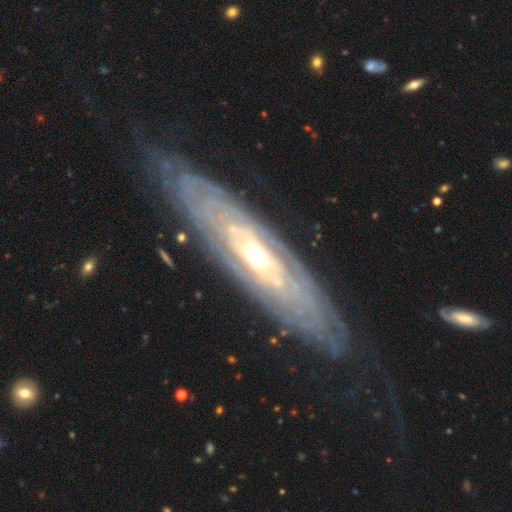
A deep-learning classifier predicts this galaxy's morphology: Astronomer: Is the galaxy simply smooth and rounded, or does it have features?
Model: featured or disk — 86%.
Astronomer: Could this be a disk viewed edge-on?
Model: no — 69%.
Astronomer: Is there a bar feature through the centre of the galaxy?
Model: no — 68%.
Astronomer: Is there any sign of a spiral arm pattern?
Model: yes — 81%.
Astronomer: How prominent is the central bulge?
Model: moderate — 62%.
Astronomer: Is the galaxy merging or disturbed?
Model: none — 79%.